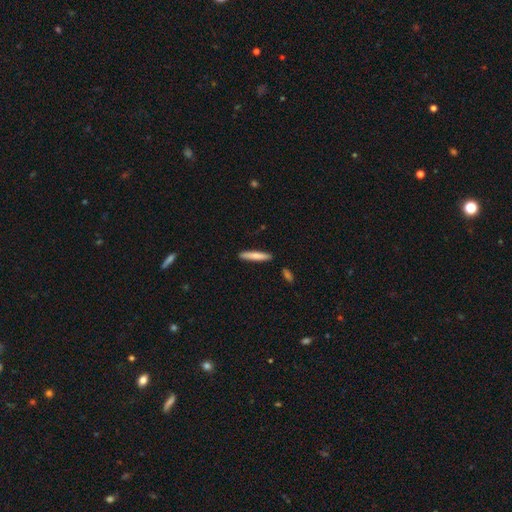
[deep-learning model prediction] Morphology: type=smooth (76%); roundness=cigar-shaped (91%); merging=none (88%).